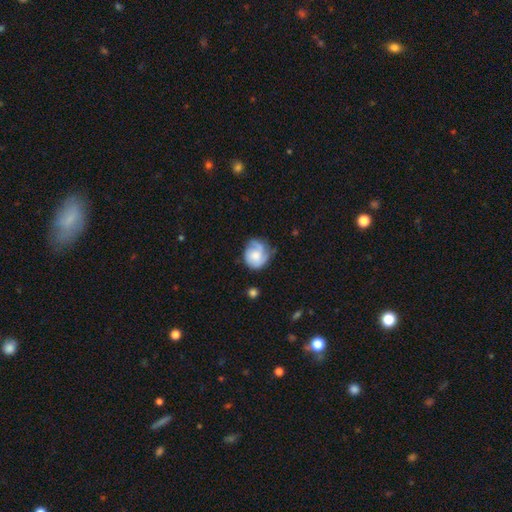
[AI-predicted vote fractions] smooth 48%, featured or disk 45%, star or artifact 7%. Down the decision tree: merging — none (50%).